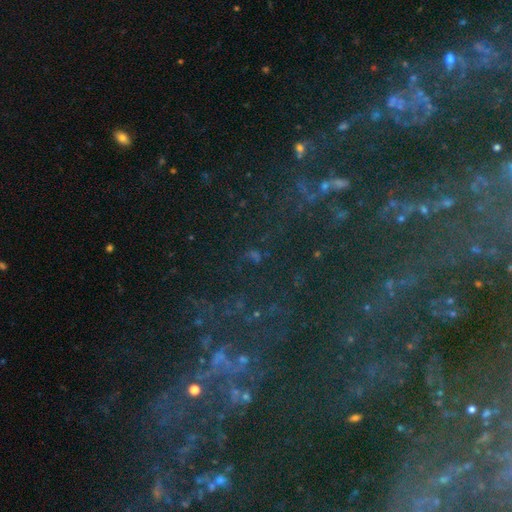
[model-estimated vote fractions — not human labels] Q: Smooth or featured?
A: star or artifact (66%); runner-up: featured or disk (19%)